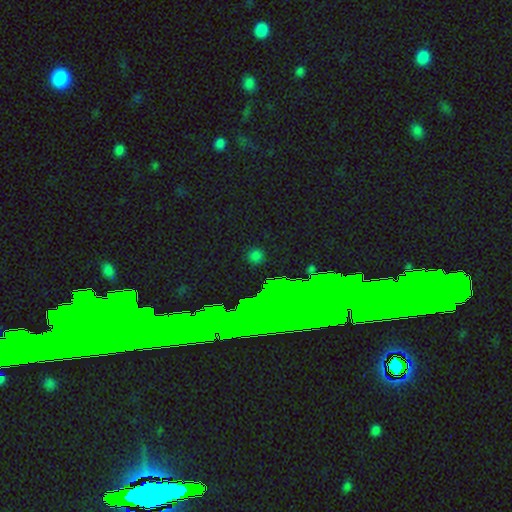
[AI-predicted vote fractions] Smooth or featured? Predicted: star or artifact (p=0.52).